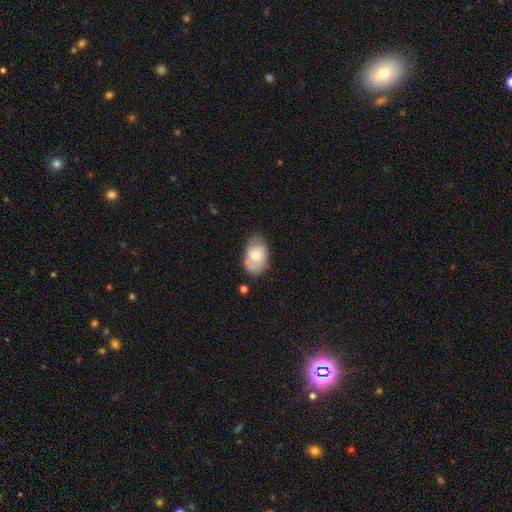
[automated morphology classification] Overall: smooth (66%; featured or disk 27%). How rounded: in between (90%). Merging: none (62%; minor disturbance 26%).